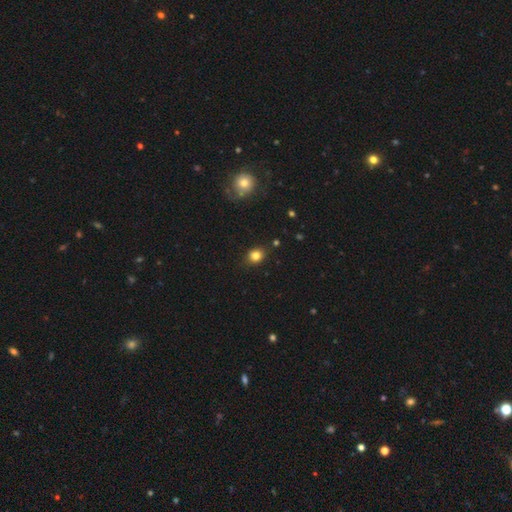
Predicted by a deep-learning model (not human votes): This is clearly a smooth galaxy (82%). How rounded: possibly round (58%). Merging: clearly none (84%).